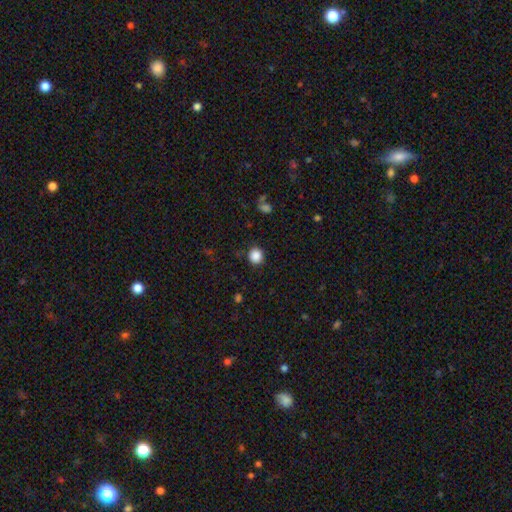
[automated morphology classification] Smooth or featured? smooth (87%)
How rounded? round (89%)
Merging? none (87%)